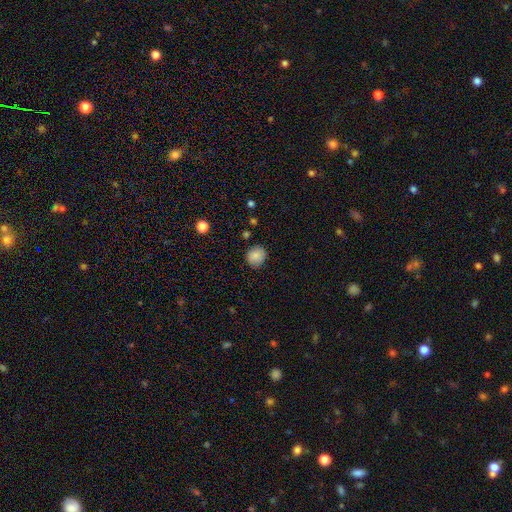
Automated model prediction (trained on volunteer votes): Smooth or featured? Predicted: smooth (p=0.85). How rounded? Predicted: round (p=0.83). Merging? Predicted: none (p=0.85).